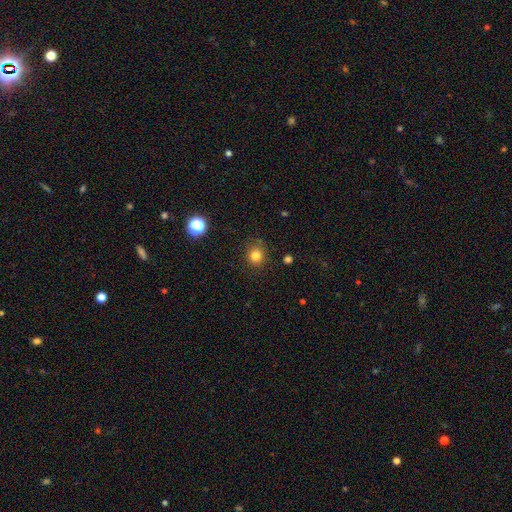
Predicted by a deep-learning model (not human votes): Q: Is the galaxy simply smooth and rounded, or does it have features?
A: smooth — 81%.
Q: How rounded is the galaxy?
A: round — 86%.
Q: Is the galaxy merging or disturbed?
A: none — 84%.